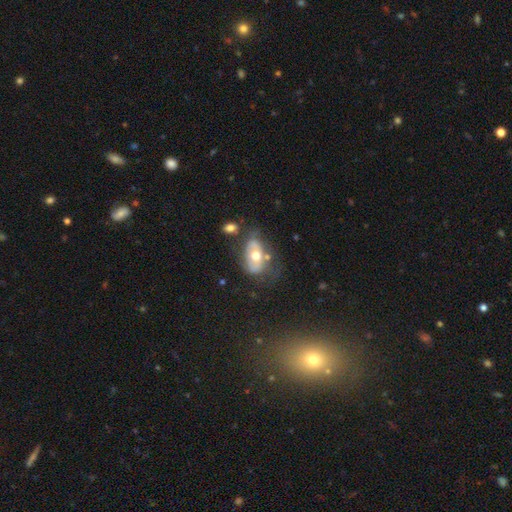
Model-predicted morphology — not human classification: This appears to be a featured or disk galaxy (52%). Merging: none (43%).